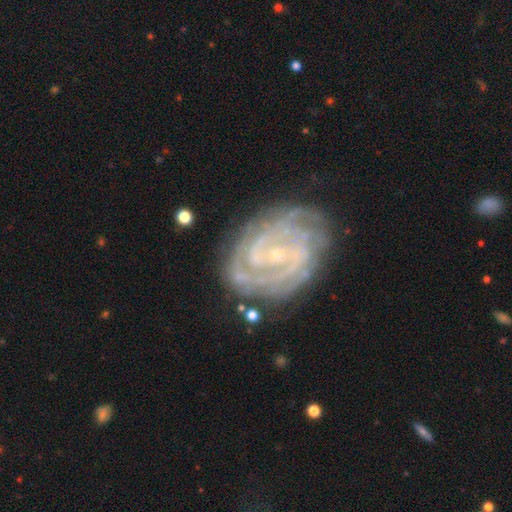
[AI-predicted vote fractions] smooth-or-featured: featured or disk: 86% | smooth: 7% | star or artifact: 6%
  disk-edge-on: no: 97% | yes: 3%
    bar: no: 56% | weak: 29% | strong: 14%
    has-spiral-arms: yes: 94% | no: 6%
      spiral-winding: tight: 63% | medium: 30% | loose: 7%
      spiral-arm-count: 2: 38% | can't tell: 20% | 3: 19% | 4: 9% | 1: 7% | more than 4: 7%
    bulge-size: small: 80% | moderate: 14% | none: 3% | large: 2% | dominant: 1%
  merging: none: 67% | minor disturbance: 20% | major disturbance: 9% | merger: 4%